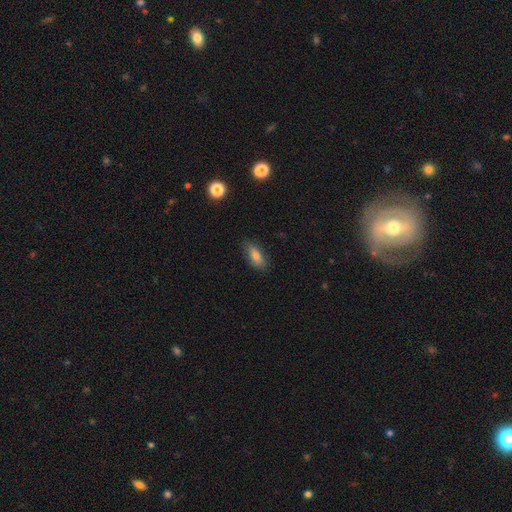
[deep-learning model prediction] Morphology: type=smooth (79%); roundness=in between (77%); merging=none (80%).